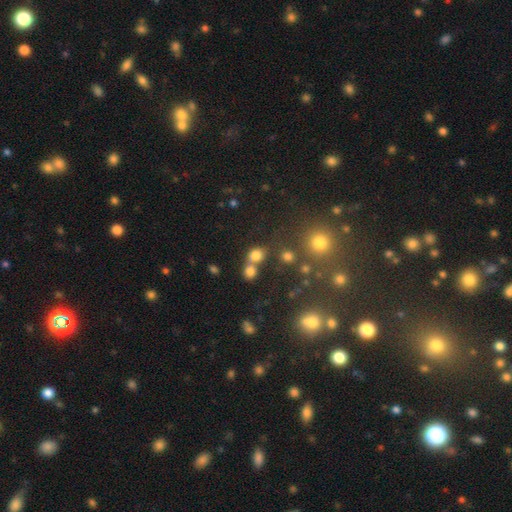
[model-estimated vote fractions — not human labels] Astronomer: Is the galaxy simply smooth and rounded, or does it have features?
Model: smooth — 74%.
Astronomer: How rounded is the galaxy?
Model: round — 70%.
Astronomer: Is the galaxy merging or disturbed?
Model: merger — 44% (runner-up: none, 43%).